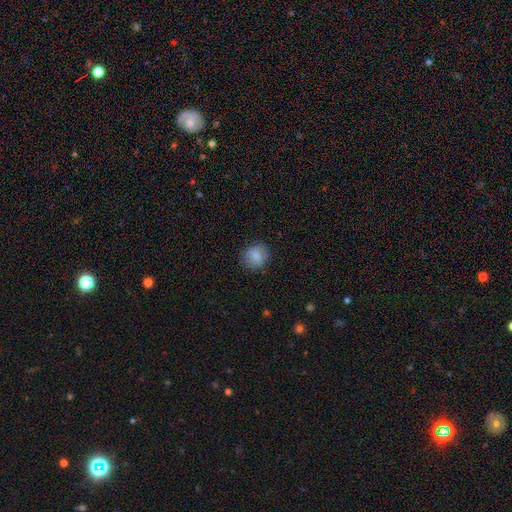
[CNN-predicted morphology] This appears to be a smooth galaxy with no disk features (85%) that is round (81%). Merging: none (85%).